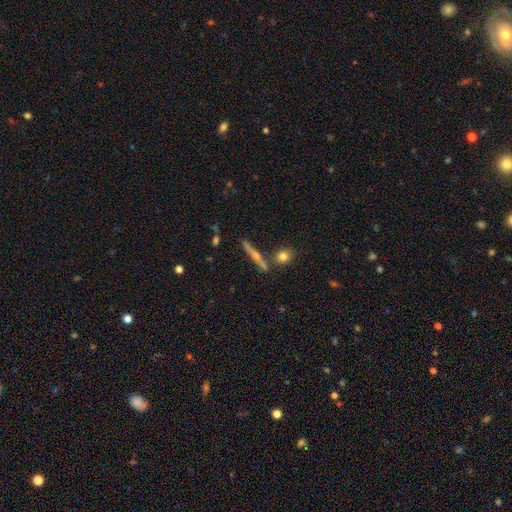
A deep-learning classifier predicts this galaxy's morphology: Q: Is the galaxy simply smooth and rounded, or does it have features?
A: featured or disk — 68%.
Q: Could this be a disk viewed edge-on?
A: yes — 96%.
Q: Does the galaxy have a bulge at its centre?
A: rounded — 88%.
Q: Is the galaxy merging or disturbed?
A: none — 79%.